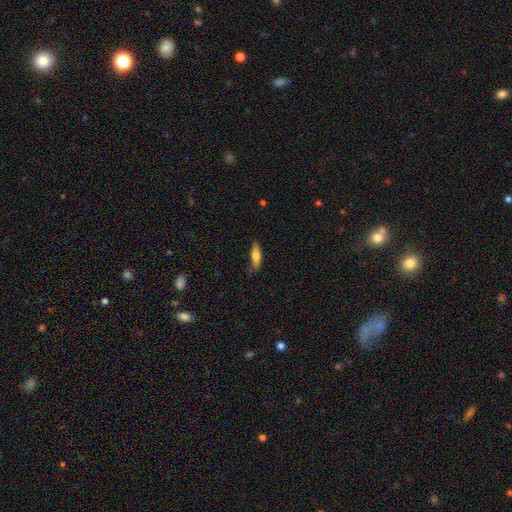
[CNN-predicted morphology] type=smooth (65%); roundness=cigar-shaped (57%); merging=none (71%).